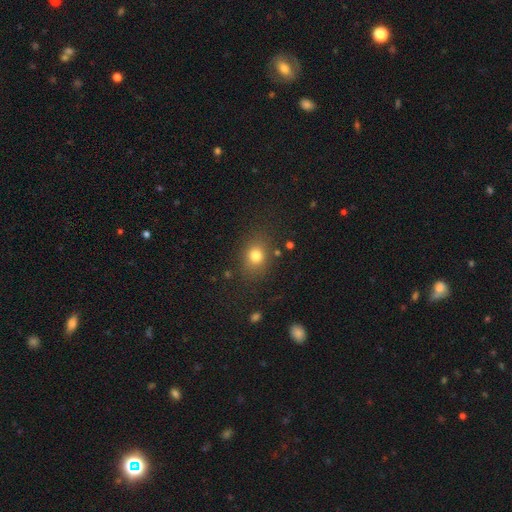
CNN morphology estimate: smooth 78%, star or artifact 14%, featured or disk 8%. Down the decision tree: how rounded — round (55%); merging — none (80%).